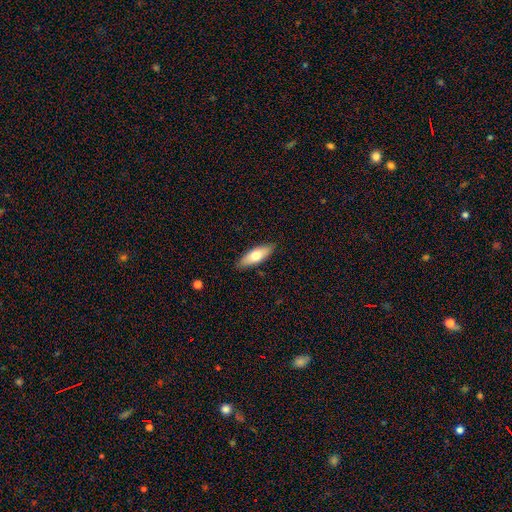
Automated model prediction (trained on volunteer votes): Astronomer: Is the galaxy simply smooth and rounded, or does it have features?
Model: smooth — 68%.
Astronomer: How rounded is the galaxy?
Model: in between — 64%.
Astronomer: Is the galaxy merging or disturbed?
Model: none — 88%.